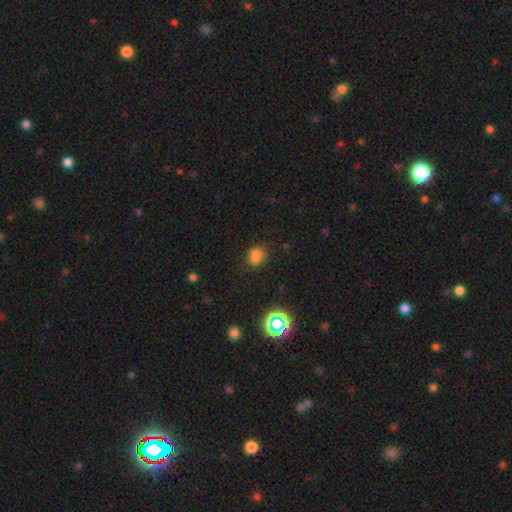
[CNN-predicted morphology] Q: Smooth or featured?
A: smooth (75%); runner-up: star or artifact (19%)
Q: How rounded?
A: in between (51%); runner-up: round (48%)
Q: Merging?
A: none (76%); runner-up: minor disturbance (17%)